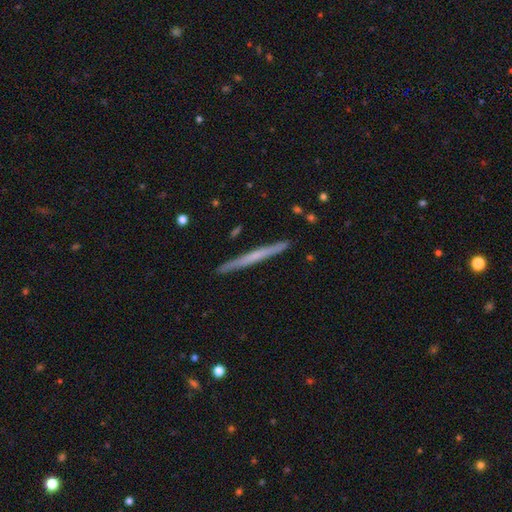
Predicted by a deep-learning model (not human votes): featured or disk 52%, smooth 42%, star or artifact 5%. Down the decision tree: edge-on disk — yes (98%); edge-on bulge — none (79%); merging — none (91%).